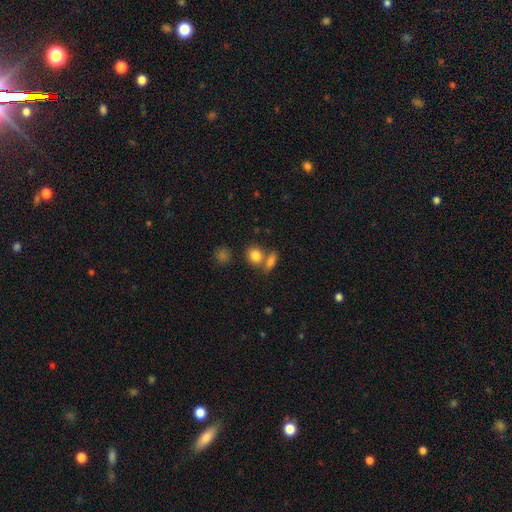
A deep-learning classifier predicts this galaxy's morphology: A smooth galaxy with no disk features (82%) that is round (53%). Merging: none (51%).